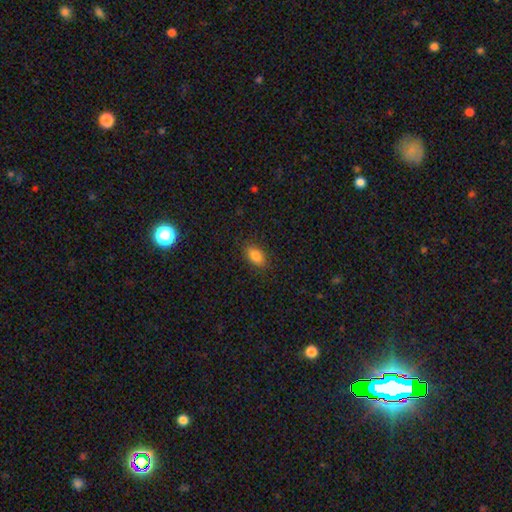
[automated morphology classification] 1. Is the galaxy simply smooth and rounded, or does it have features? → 84% smooth, 9% star or artifact, 7% featured or disk.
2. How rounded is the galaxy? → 88% in between, 8% round, 4% cigar-shaped.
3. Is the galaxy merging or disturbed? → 86% none, 10% minor disturbance, 3% major disturbance, 1% merger.